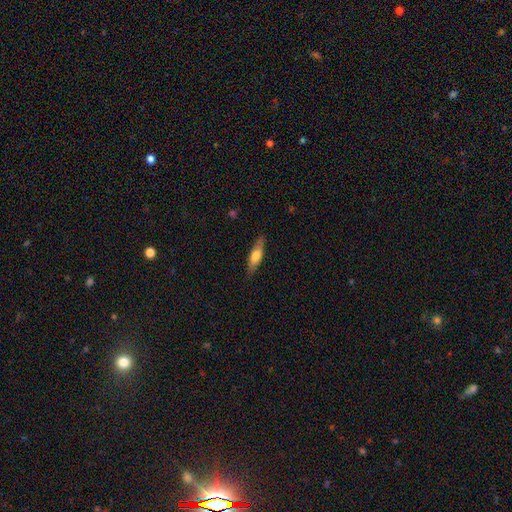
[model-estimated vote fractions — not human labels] A smooth galaxy with no disk features (58%) that is cigar-shaped (64%).

Vote fractions:
- Smooth or featured? smooth: 58% / featured or disk: 36% / star or artifact: 6%
- How rounded? cigar-shaped: 64% / in between: 34% / round: 2%
- Merging? none: 85% / minor disturbance: 11% / major disturbance: 2% / merger: 1%